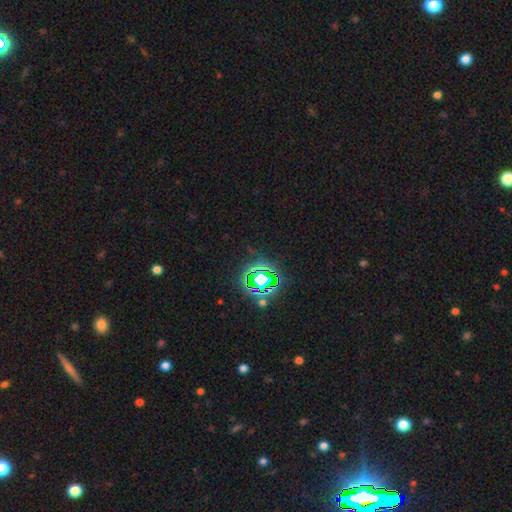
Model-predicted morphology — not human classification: A star or artifact, not a galaxy (81%).

Vote fractions:
- Smooth or featured? star or artifact: 81% / smooth: 13% / featured or disk: 7%